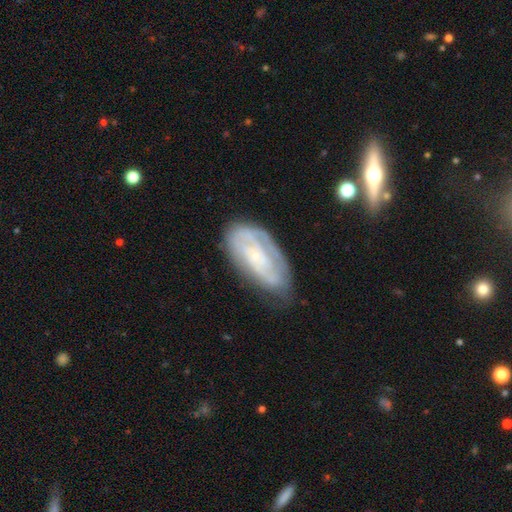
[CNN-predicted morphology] This appears to be a featured or disk galaxy (70%) with no bar (69%), tight (62%) spiral arms (80%) and a small central bulge (79%). Merging: none (64%).